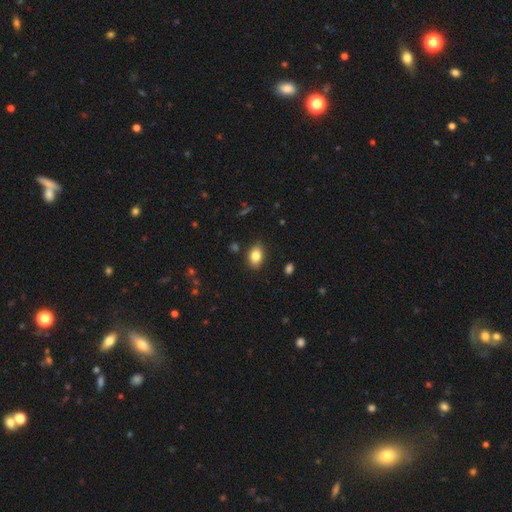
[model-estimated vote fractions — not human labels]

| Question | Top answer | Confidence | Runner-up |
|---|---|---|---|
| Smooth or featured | smooth | 83% | star or artifact (9%) |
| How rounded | in between | 79% | round (20%) |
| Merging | none | 86% | minor disturbance (10%) |